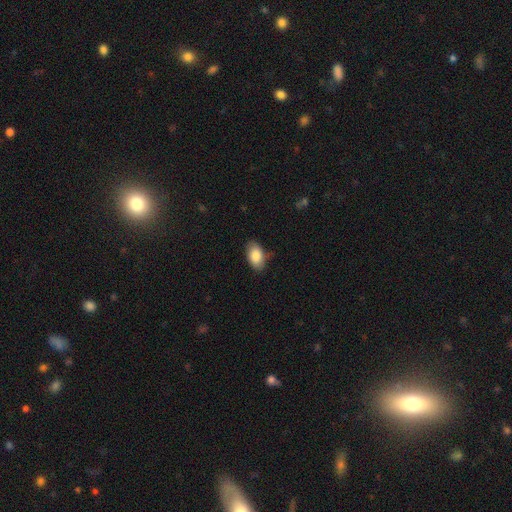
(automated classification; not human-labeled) Smooth or featured? Predicted: smooth (p=0.86). How rounded? Predicted: in between (p=0.93). Merging? Predicted: none (p=0.76).